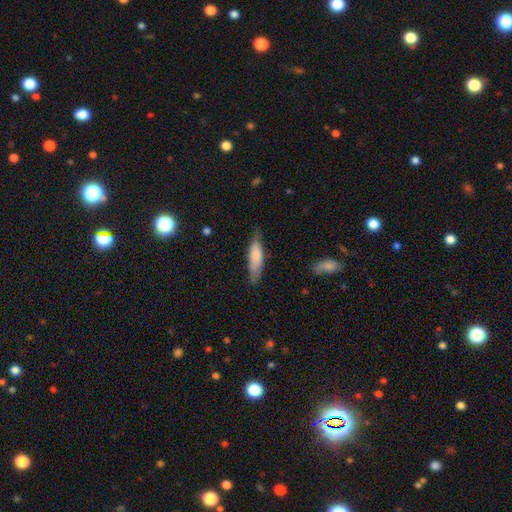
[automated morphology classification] smooth-or-featured: smooth: 73% | featured or disk: 21% | star or artifact: 6%
  how-rounded: cigar-shaped: 59% | in between: 40% | round: 2%
  merging: none: 67% | minor disturbance: 26% | major disturbance: 6% | merger: 2%